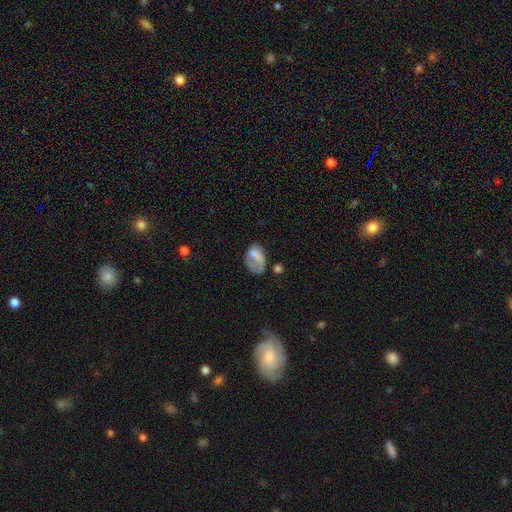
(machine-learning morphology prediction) Q: Smooth or featured?
A: smooth (65%); runner-up: featured or disk (25%)
Q: How rounded?
A: in between (83%); runner-up: round (16%)
Q: Merging?
A: major disturbance (37%); runner-up: none (30%)